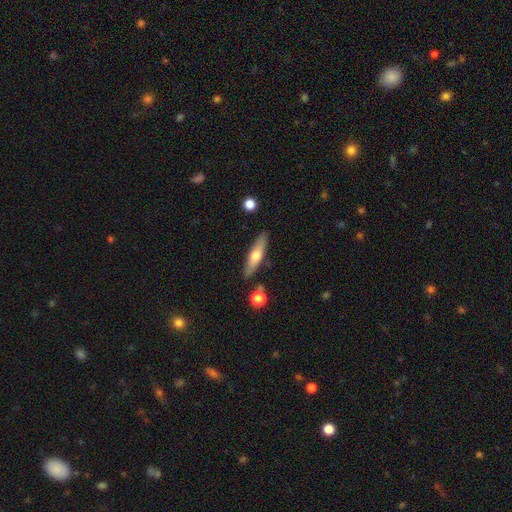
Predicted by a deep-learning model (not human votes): Morphology: type=smooth (52%); roundness=cigar-shaped (74%); merging=none (83%).